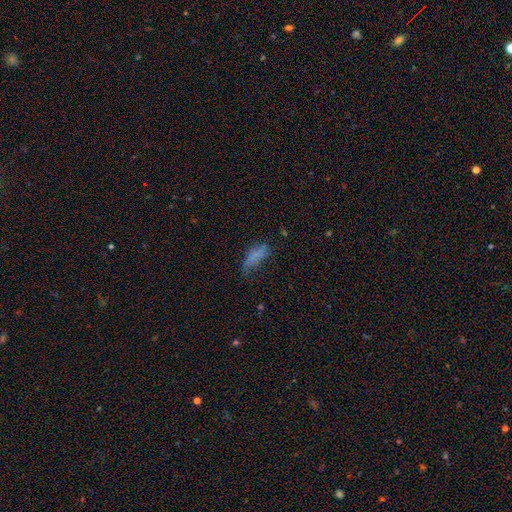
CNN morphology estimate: smooth 69%, featured or disk 17%, star or artifact 14%. Down the decision tree: how rounded — in between (67%); merging — none (41%).